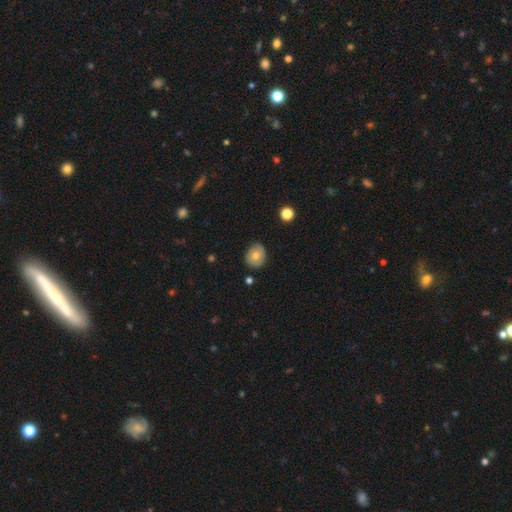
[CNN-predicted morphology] smooth_or_featured: smooth (p=0.69) [alt: featured or disk p=0.23]
how_rounded: round (p=0.65) [alt: in between p=0.34]
merging: none (p=0.81) [alt: minor disturbance p=0.15]